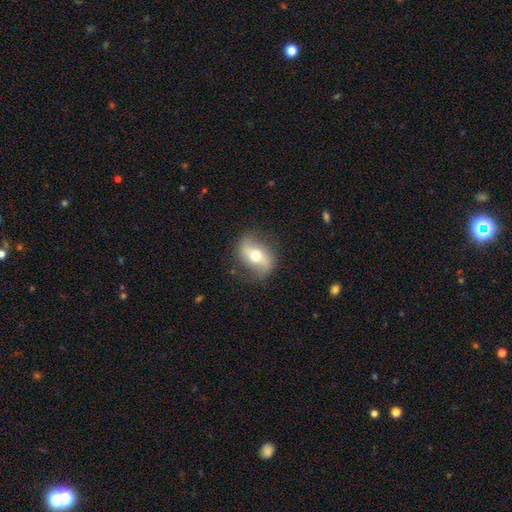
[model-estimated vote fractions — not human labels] Smooth or featured? Predicted: featured or disk (p=0.63). Edge-on disk? Predicted: no (p=0.87). Bar? Predicted: strong (p=0.39). Spiral arms? Predicted: yes (p=0.69). Bulge size? Predicted: moderate (p=0.71). Merging? Predicted: none (p=0.79).